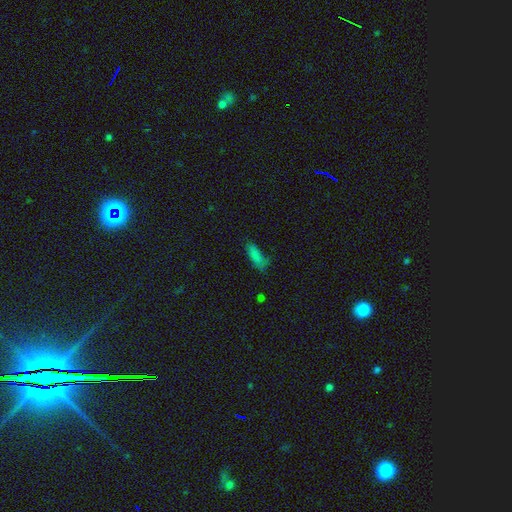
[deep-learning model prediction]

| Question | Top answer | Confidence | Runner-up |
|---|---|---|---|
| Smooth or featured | smooth | 80% | star or artifact (13%) |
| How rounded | in between | 60% | cigar-shaped (37%) |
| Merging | none | 58% | minor disturbance (28%) |